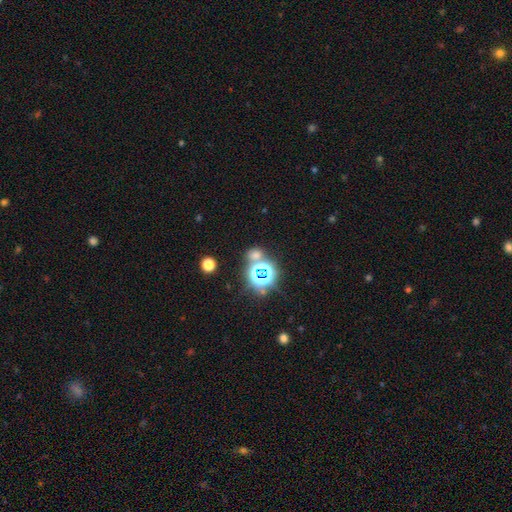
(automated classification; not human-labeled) smooth_or_featured: star or artifact (p=0.52) [alt: smooth p=0.41]